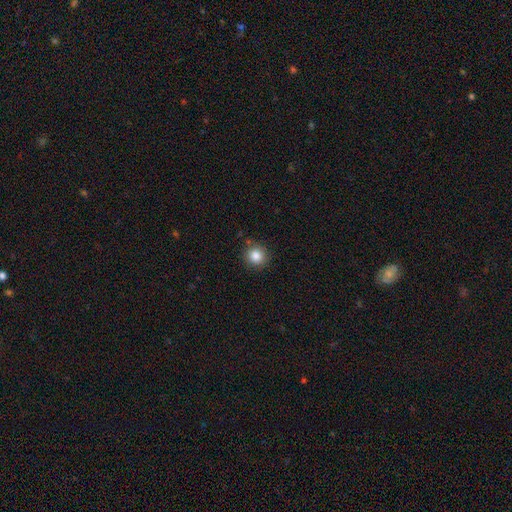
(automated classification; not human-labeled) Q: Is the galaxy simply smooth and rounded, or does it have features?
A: smooth — 85%.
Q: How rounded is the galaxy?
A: round — 92%.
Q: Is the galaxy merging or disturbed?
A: none — 88%.